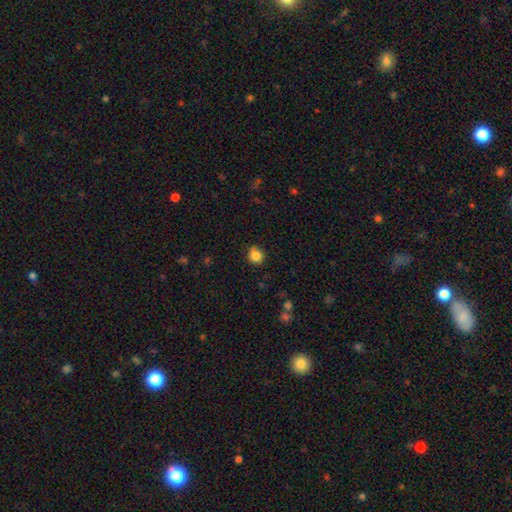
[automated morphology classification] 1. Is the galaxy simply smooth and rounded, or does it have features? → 84% smooth, 11% star or artifact, 5% featured or disk.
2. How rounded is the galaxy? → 87% round, 12% in between, 1% cigar-shaped.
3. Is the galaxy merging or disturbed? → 78% none, 15% minor disturbance, 3% merger, 3% major disturbance.